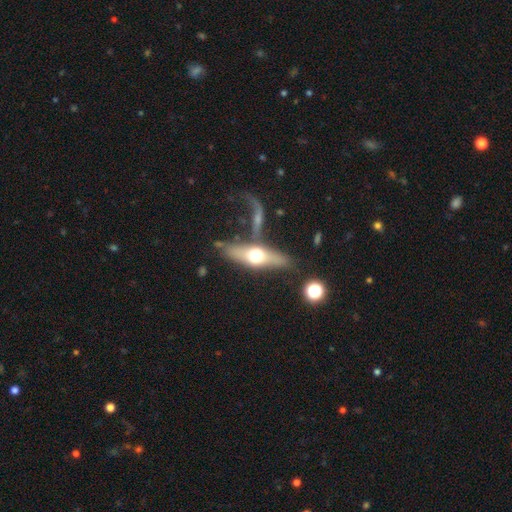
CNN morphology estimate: Q: Smooth or featured?
A: featured or disk (56%); runner-up: smooth (36%)
Q: Edge-on disk?
A: yes (79%); runner-up: no (21%)
Q: Merging?
A: none (60%); runner-up: minor disturbance (15%)